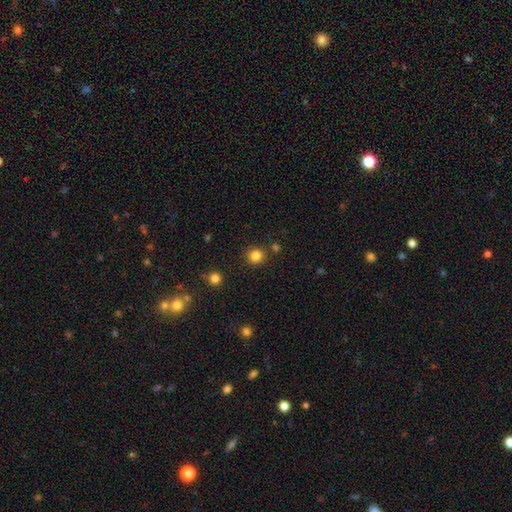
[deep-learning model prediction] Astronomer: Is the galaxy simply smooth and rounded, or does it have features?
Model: smooth — 83%.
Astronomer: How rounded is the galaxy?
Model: round — 93%.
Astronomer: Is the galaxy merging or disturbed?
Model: none — 86%.